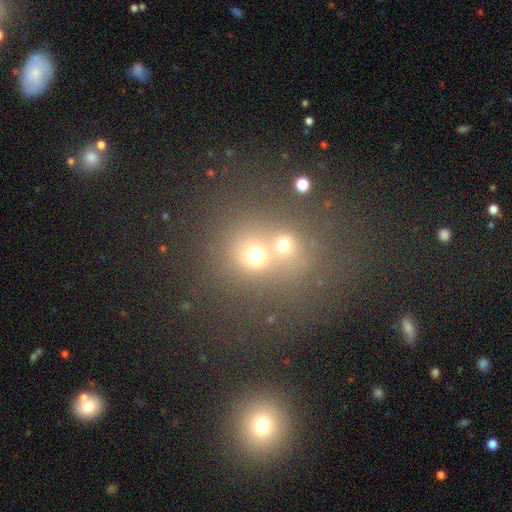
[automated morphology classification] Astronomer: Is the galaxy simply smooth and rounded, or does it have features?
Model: smooth — 62%.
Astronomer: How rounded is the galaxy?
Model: round — 82%.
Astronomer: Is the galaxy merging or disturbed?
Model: merger — 48% (runner-up: none, 41%).